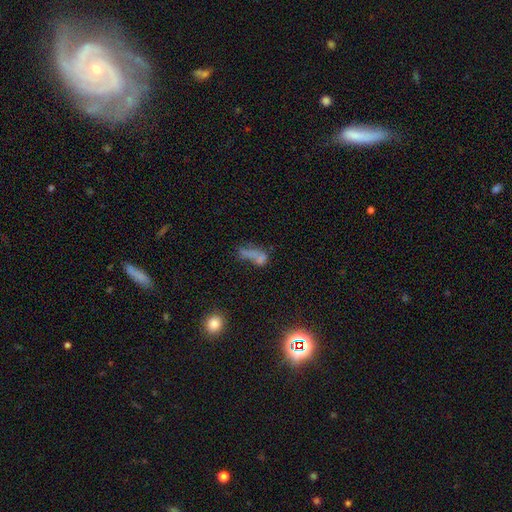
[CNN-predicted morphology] Smooth or featured? smooth (54%)
How rounded? in between (64%)
Merging? merger (31%)